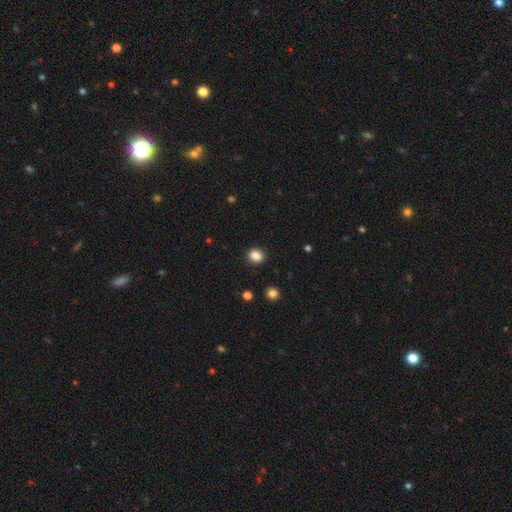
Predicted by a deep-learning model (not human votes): smooth-or-featured: smooth: 85% | star or artifact: 11% | featured or disk: 4%
  how-rounded: round: 63% | in between: 36% | cigar-shaped: 1%
  merging: none: 89% | minor disturbance: 7% | major disturbance: 2% | merger: 1%